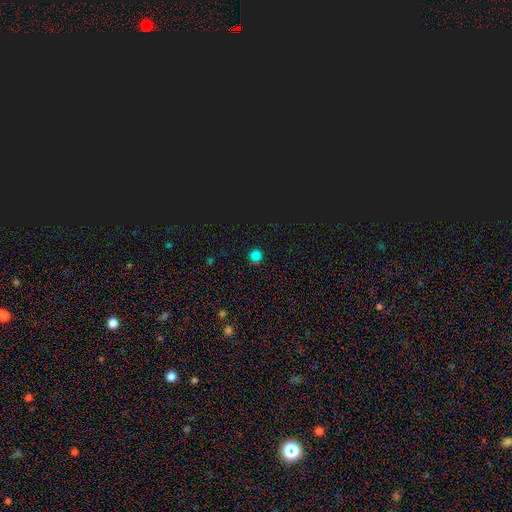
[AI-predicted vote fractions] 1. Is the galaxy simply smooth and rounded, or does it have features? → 72% smooth, 24% star or artifact, 4% featured or disk.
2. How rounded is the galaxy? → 94% round, 5% in between, 1% cigar-shaped.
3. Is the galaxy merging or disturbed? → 86% none, 9% minor disturbance, 3% major disturbance, 2% merger.